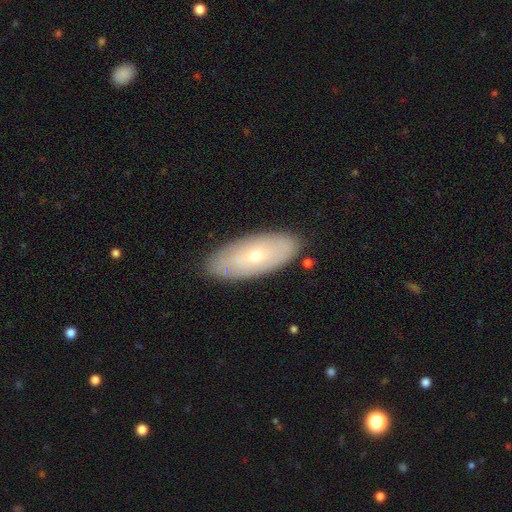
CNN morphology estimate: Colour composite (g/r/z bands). It shows a smooth galaxy with no disk features (53%) that is in between round and cigar-shaped (83%). Merging: none (86%).